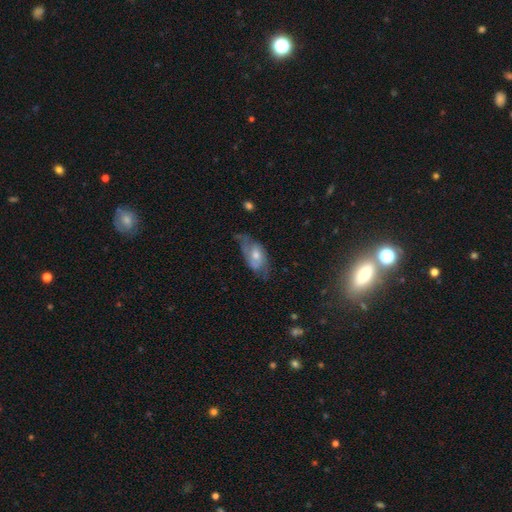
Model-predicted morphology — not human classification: featured or disk 52%, smooth 41%, star or artifact 7%. Down the decision tree: edge-on disk — no (89%); merging — none (42%).